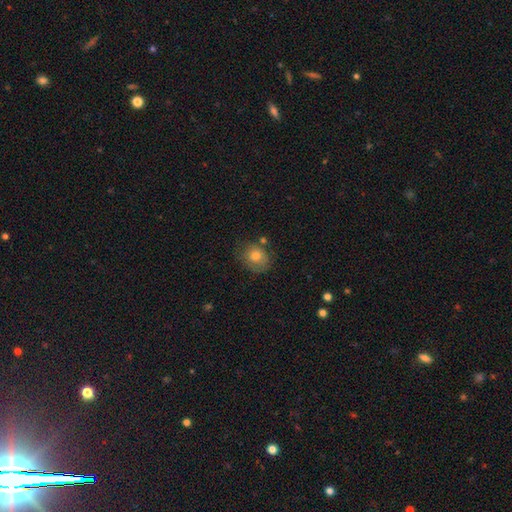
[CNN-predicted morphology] smooth 76%, featured or disk 15%, star or artifact 9%. Down the decision tree: how rounded — round (65%); merging — none (62%).